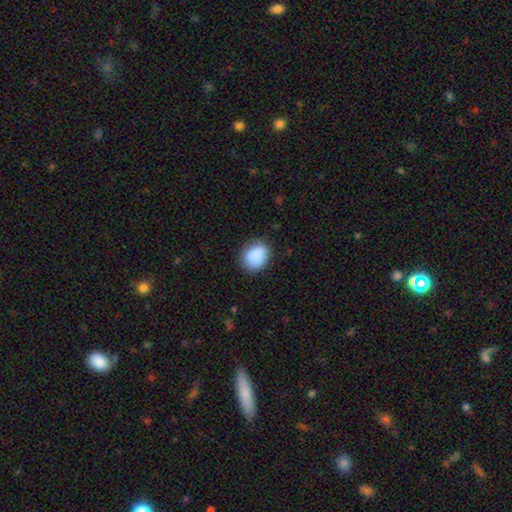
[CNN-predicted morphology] Smooth or featured? Predicted: smooth (p=0.88). How rounded? Predicted: round (p=0.54). Merging? Predicted: none (p=0.80).